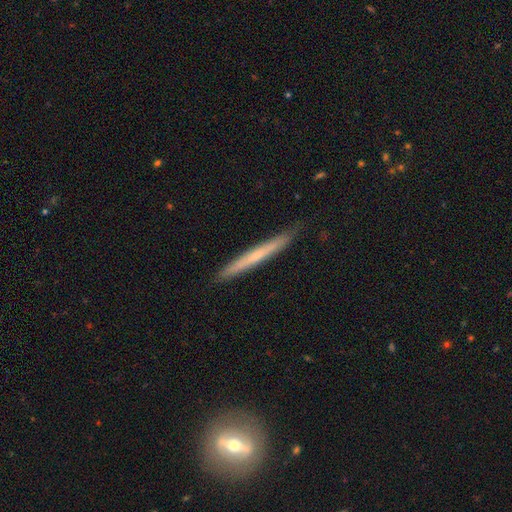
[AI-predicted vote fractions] The model was most divided on "smooth or featured" (2-way tie): smooth: 47%, featured or disk: 47%, star or artifact: 6%. More confident: merging — none (89%).